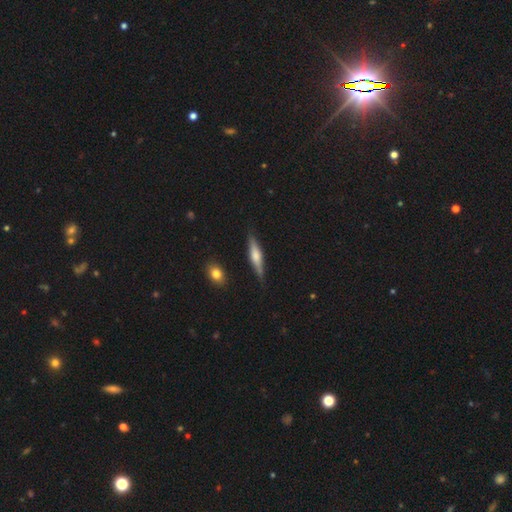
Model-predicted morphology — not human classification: Q: Smooth or featured?
A: smooth (48%); runner-up: featured or disk (46%)
Q: Merging?
A: none (83%); runner-up: minor disturbance (12%)